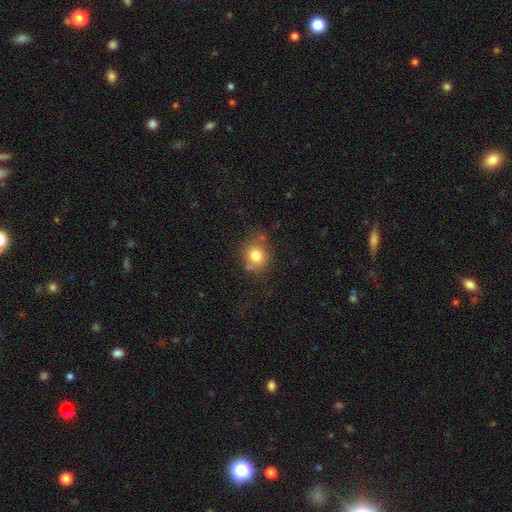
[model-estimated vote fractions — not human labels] smooth_or_featured: smooth (p=0.79) [alt: star or artifact p=0.11]
how_rounded: round (p=0.72) [alt: in between p=0.27]
merging: none (p=0.70) [alt: minor disturbance p=0.17]